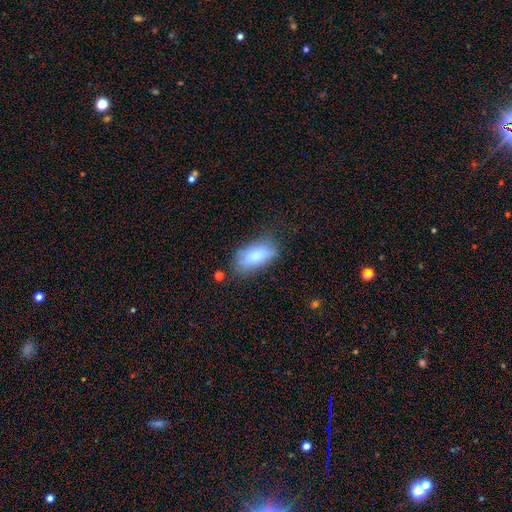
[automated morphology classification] This is clearly a smooth galaxy (80%). How rounded: clearly in between (90%). Merging: likely none (64%).